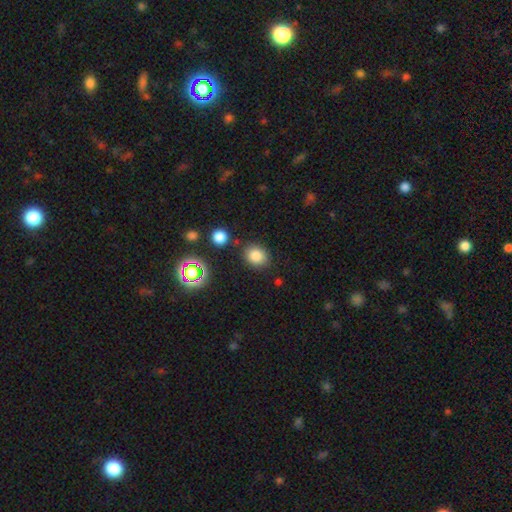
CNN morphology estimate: Smooth or featured? smooth (81%)
How rounded? round (59%)
Merging? none (81%)